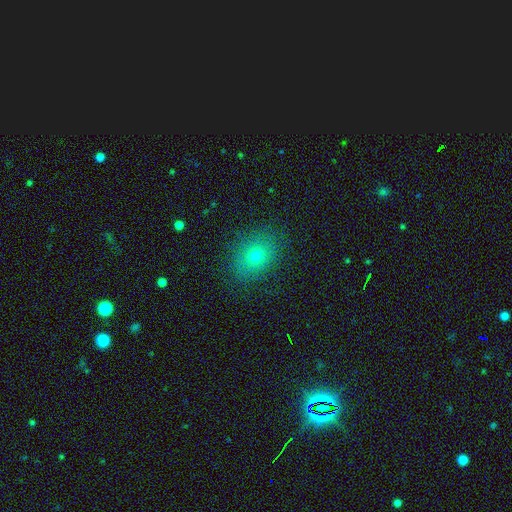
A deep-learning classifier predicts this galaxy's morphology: Q: Smooth or featured?
A: smooth (71%); runner-up: star or artifact (15%)
Q: How rounded?
A: in between (52%); runner-up: round (47%)
Q: Merging?
A: none (84%); runner-up: minor disturbance (11%)